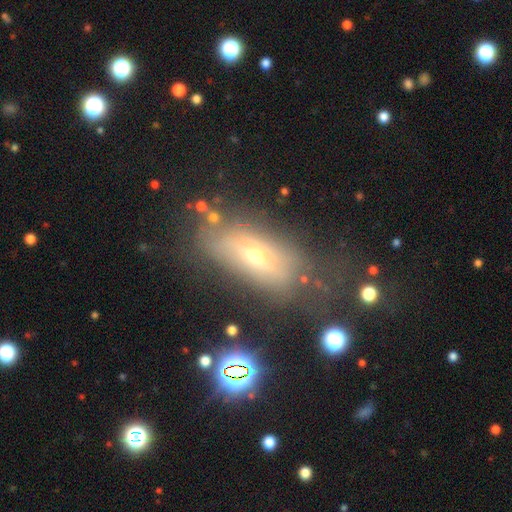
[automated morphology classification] Overall: smooth (50%; featured or disk 34%). Merging: none (57%; minor disturbance 21%).